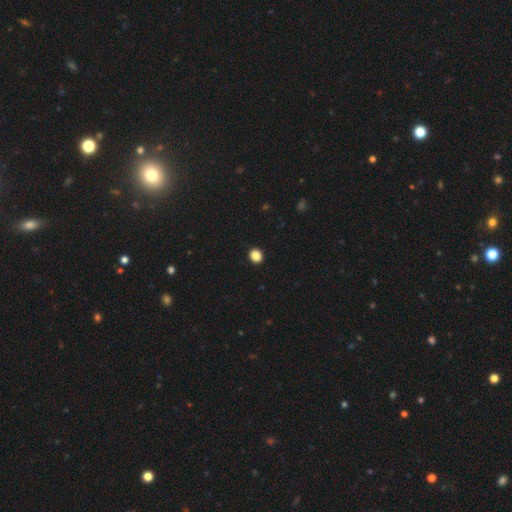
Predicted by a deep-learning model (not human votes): Smooth or featured: smooth — 86% (star or artifact — 10%)
How rounded: round — 76% (in between — 23%)
Merging: none — 93% (minor disturbance — 5%)